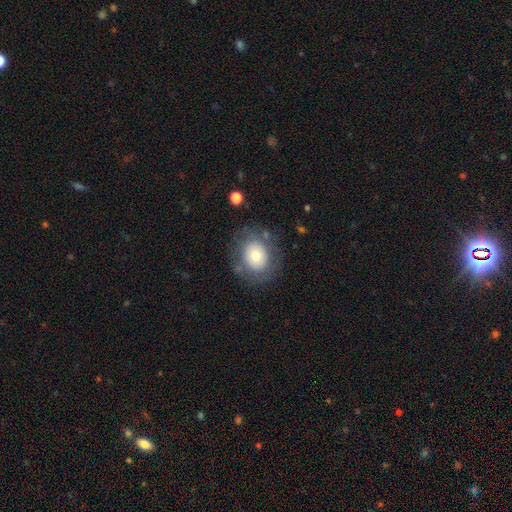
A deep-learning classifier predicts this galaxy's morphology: Q: Smooth or featured?
A: smooth (67%); runner-up: featured or disk (24%)
Q: How rounded?
A: round (65%); runner-up: in between (35%)
Q: Merging?
A: none (75%); runner-up: minor disturbance (14%)